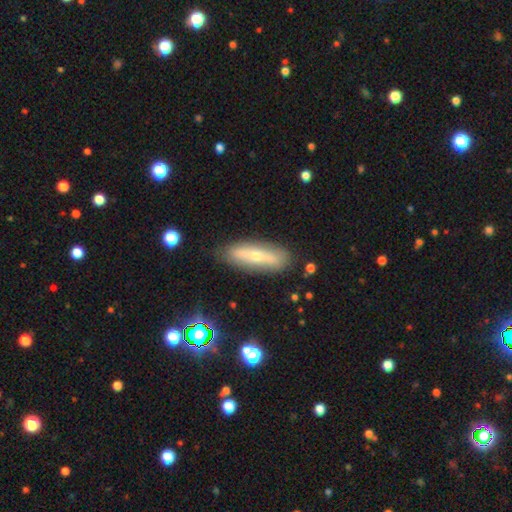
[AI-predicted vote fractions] Smooth or featured? featured or disk (47%)
Merging? none (83%)